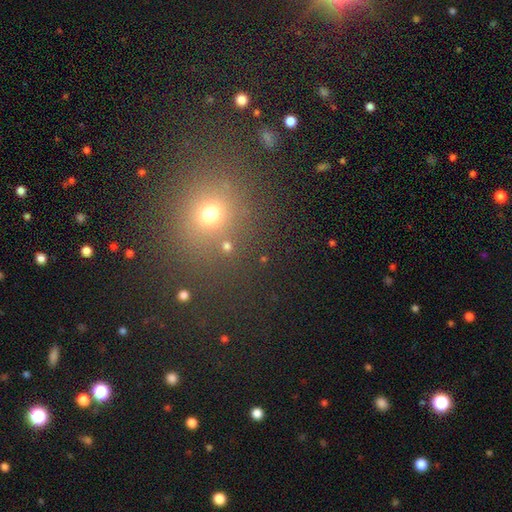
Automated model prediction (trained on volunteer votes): Smooth or featured?
  - smooth: 49% *
  - star or artifact: 43%
  - featured or disk: 8%
Merging?
  - none: 84% *
  - minor disturbance: 8%
  - merger: 4%
  - major disturbance: 4%